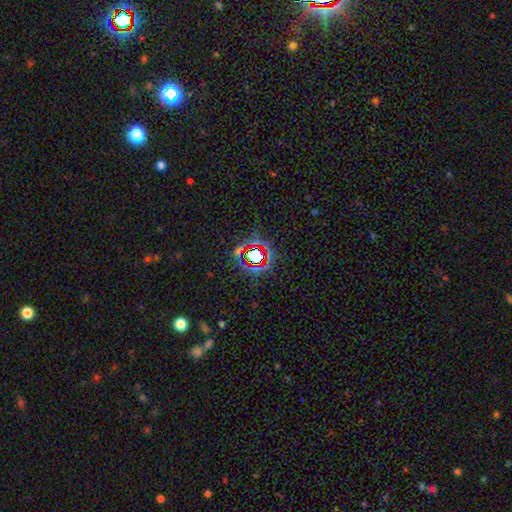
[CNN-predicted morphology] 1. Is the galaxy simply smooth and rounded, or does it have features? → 71% star or artifact, 18% smooth, 11% featured or disk.